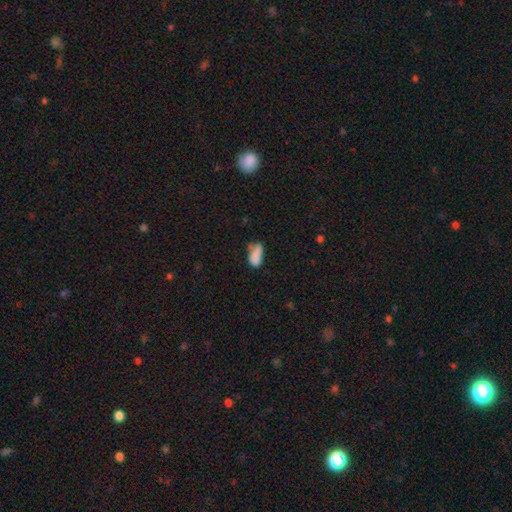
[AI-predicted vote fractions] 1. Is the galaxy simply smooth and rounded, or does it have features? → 77% smooth, 13% featured or disk, 10% star or artifact.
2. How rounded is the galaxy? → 87% in between, 9% cigar-shaped, 4% round.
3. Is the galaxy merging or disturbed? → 37% none, 31% minor disturbance, 17% major disturbance, 16% merger.